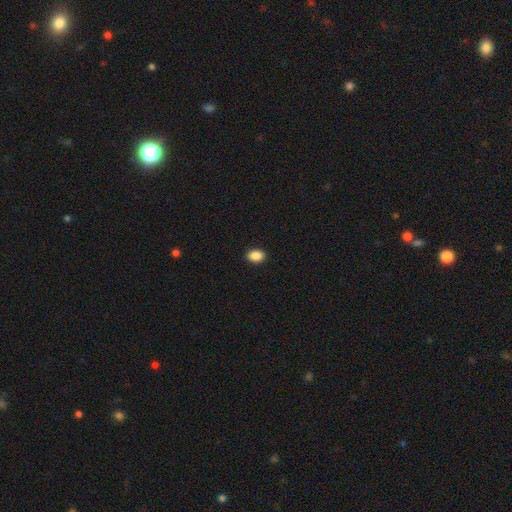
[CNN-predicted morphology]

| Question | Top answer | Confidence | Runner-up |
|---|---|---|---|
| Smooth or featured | smooth | 88% | star or artifact (9%) |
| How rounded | in between | 70% | round (29%) |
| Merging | none | 92% | minor disturbance (6%) |